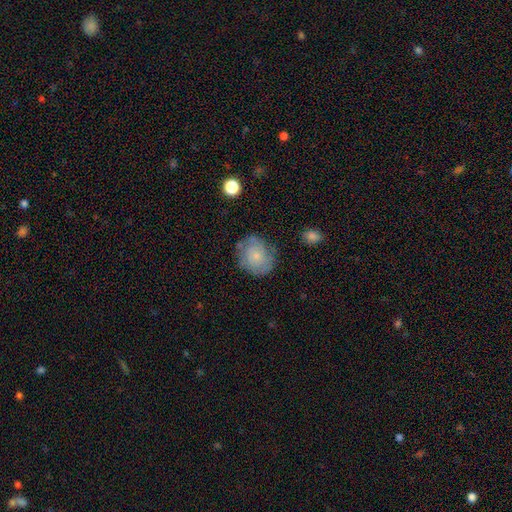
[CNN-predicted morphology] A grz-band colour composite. It shows a smooth galaxy with no disk features (52%) that is round (63%). Merging: none (68%).